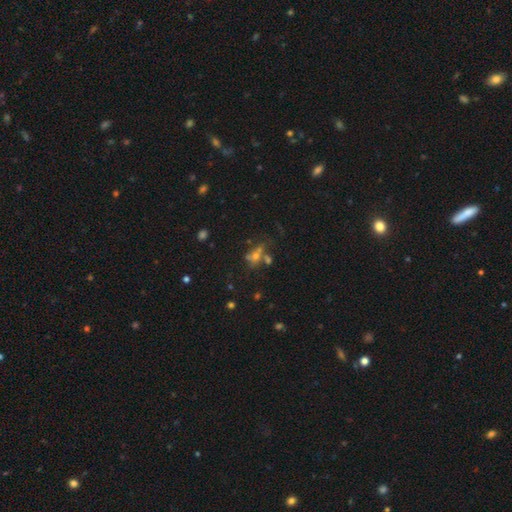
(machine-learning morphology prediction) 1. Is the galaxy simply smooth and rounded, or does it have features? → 39% smooth, 31% star or artifact, 30% featured or disk.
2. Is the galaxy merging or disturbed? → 41% none, 29% merger, 16% minor disturbance, 14% major disturbance.